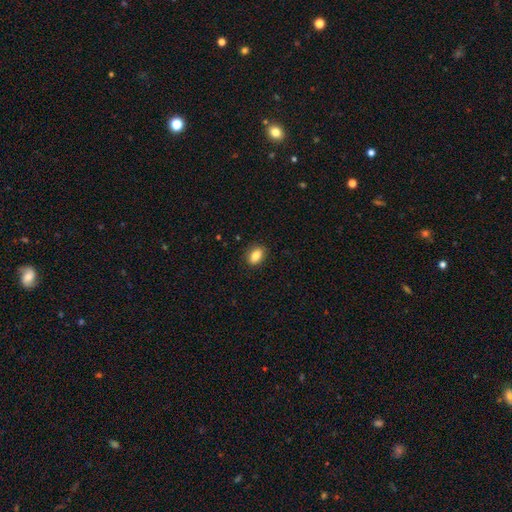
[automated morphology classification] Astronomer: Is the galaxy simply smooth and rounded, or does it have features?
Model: smooth — 85%.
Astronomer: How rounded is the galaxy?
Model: in between — 82%.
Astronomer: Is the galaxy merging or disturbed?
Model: none — 88%.